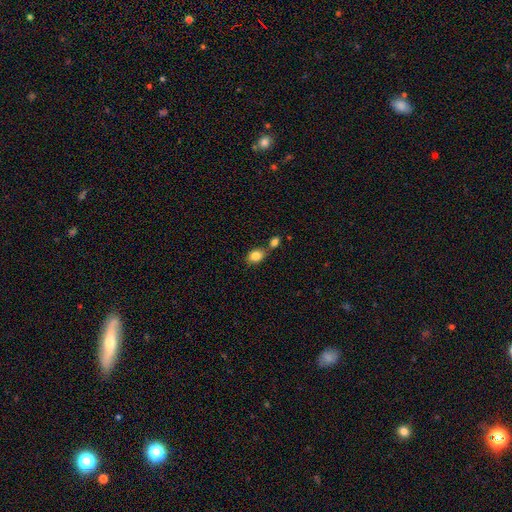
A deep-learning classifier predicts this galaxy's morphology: The model was most divided on "merging": none: 54%, merger: 30%, minor disturbance: 12%, major disturbance: 4%. More confident: smooth or featured — smooth (84%); how rounded — in between (67%).